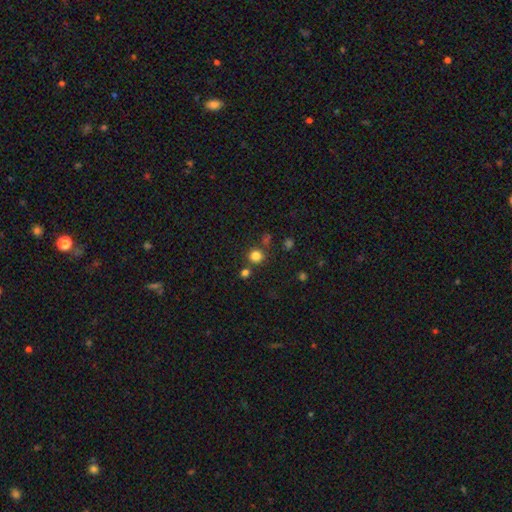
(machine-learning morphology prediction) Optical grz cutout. It shows a smooth galaxy with no disk features (80%) that is round (90%). Merging: none (77%).